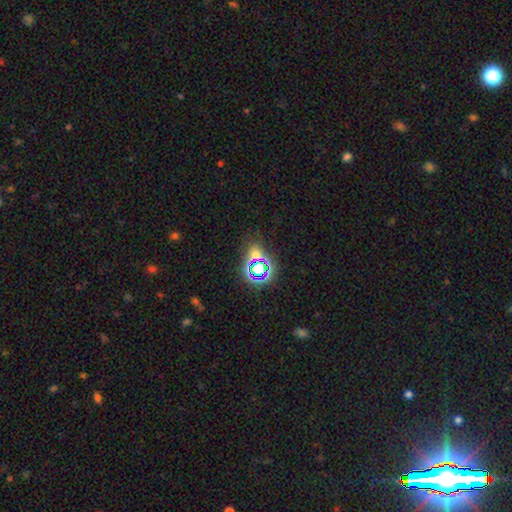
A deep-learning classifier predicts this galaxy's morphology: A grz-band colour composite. It shows a star or artifact, not a galaxy (54%).